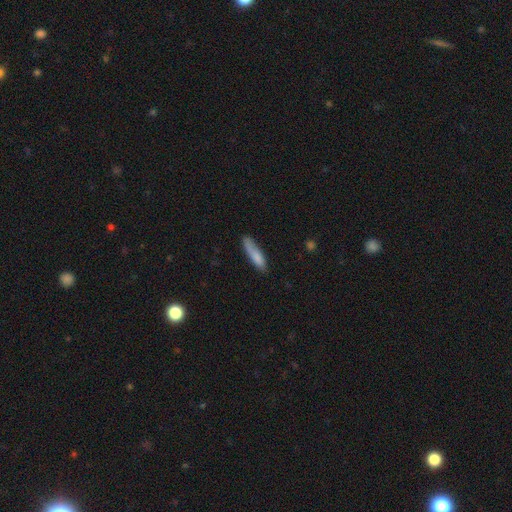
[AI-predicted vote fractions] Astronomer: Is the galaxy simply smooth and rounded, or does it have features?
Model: smooth — 81%.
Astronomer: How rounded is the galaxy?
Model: cigar-shaped — 75%.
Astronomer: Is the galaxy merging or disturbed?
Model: none — 65%.